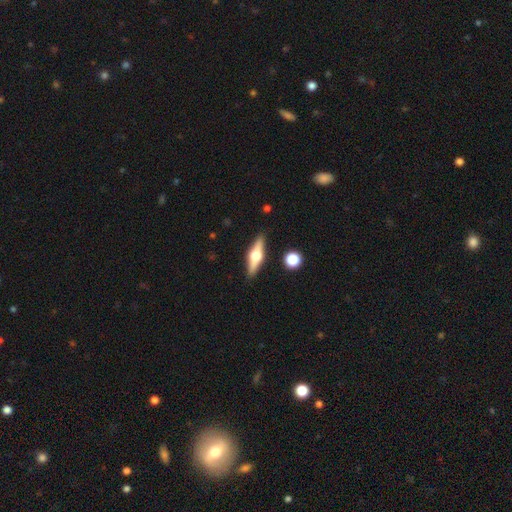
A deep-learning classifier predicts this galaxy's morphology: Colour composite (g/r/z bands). It shows a featured or disk galaxy (66%) viewed edge-on (95%) with a rounded central bulge (95%). Merging: none (89%).